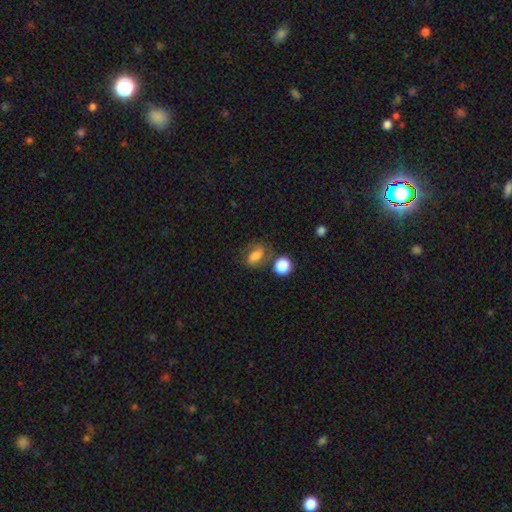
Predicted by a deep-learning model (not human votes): Smooth or featured? smooth (61%)
How rounded? in between (68%)
Merging? none (56%)